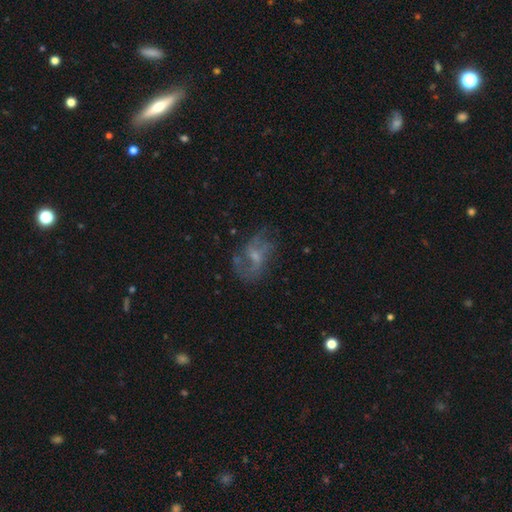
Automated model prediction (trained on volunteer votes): This appears to be a featured or disk galaxy (71%) with no bar (53%), 2 (53%) loose (51%) spiral arms (81%) and a small central bulge (54%). Merging: none (57%).